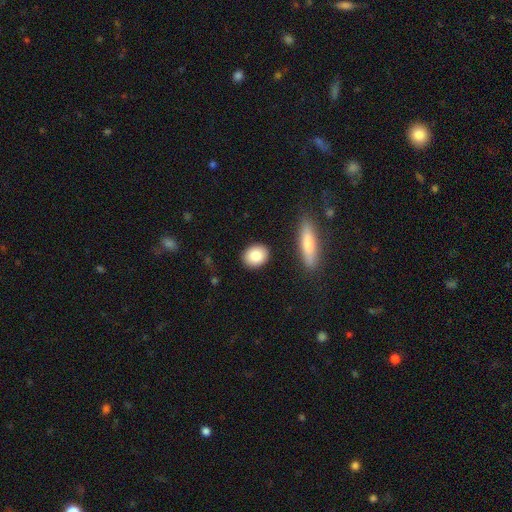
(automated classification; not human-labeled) A smooth galaxy with no disk features (83%) that is round (49%, tied with in between). Merging: none (87%).